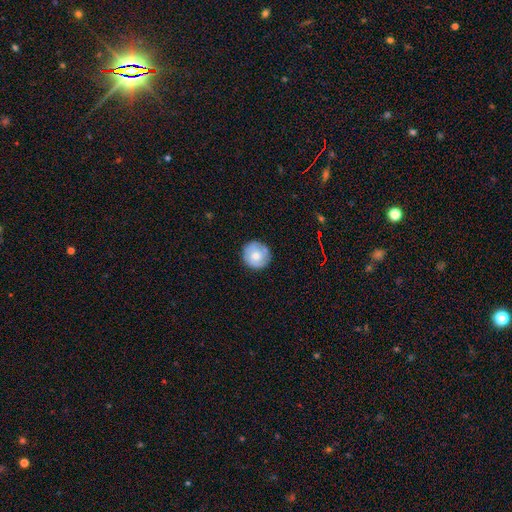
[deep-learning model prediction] Smooth or featured: smooth — 56% (featured or disk — 38%)
How rounded: round — 93% (in between — 6%)
Merging: none — 81% (minor disturbance — 13%)